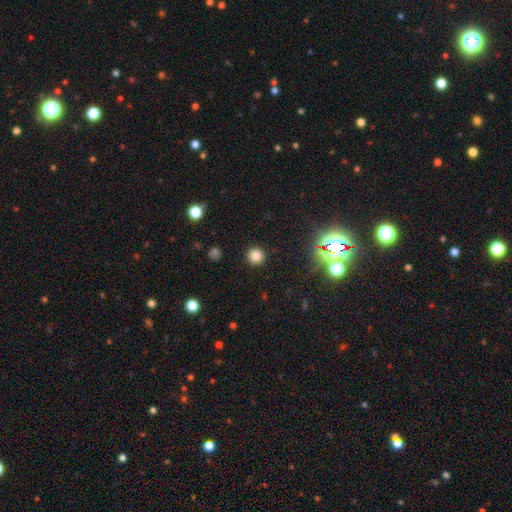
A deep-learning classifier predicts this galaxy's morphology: Smooth or featured: smooth — 80% (star or artifact — 16%)
How rounded: round — 95% (in between — 4%)
Merging: none — 92% (minor disturbance — 5%)